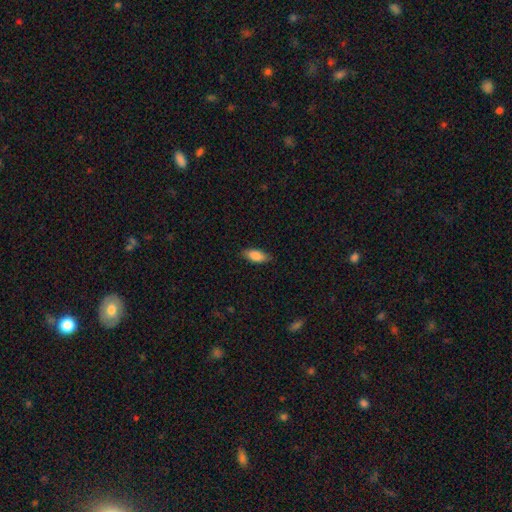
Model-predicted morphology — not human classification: Smooth or featured? Predicted: smooth (p=0.86). How rounded? Predicted: in between (p=0.84). Merging? Predicted: none (p=0.85).